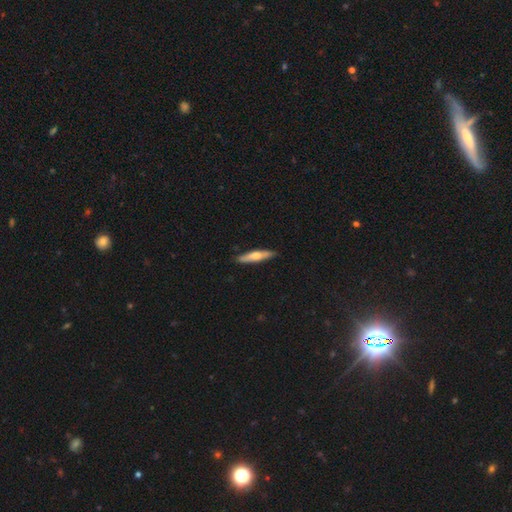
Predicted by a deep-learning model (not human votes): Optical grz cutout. It shows a smooth galaxy with no disk features (52%) that is cigar-shaped (86%). Merging: none (88%).